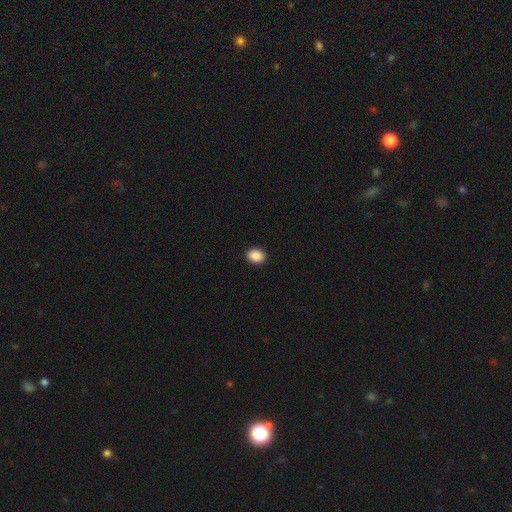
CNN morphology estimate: Smooth or featured?
  - smooth: 90% *
  - star or artifact: 8%
  - featured or disk: 2%
How rounded?
  - in between: 60% *
  - round: 39%
  - cigar-shaped: 1%
Merging?
  - none: 92% *
  - minor disturbance: 6%
  - major disturbance: 2%
  - merger: 1%